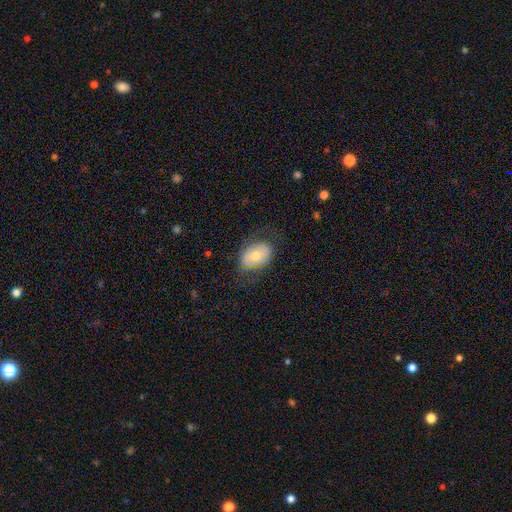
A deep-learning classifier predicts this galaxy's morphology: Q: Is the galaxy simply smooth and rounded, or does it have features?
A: smooth — 64%.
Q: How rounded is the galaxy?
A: in between — 82%.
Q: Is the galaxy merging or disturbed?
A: none — 70%.